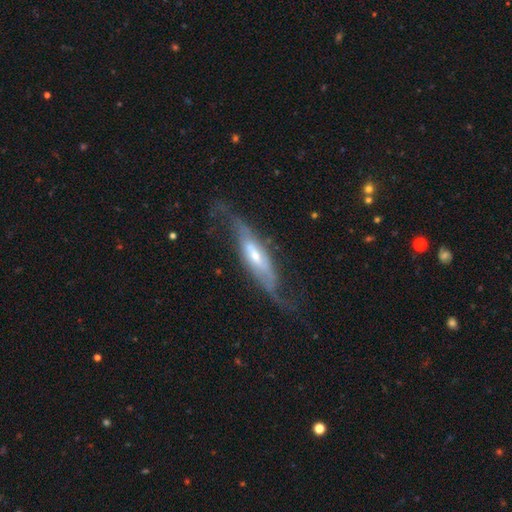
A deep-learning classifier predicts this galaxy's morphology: type=featured or disk (80%); edge-on=no (62%); merging=none (62%).